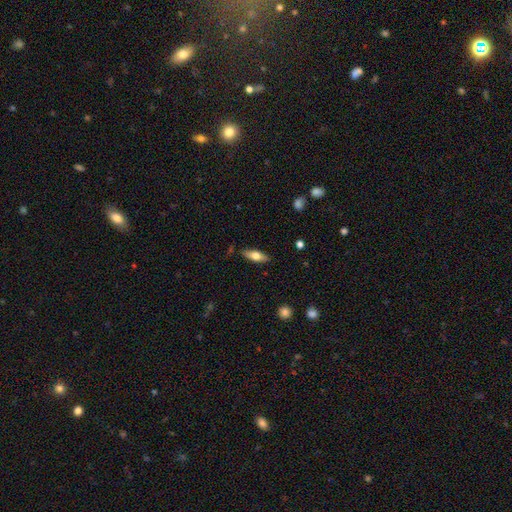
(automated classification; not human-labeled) Smooth or featured: smooth — 62% (featured or disk — 32%)
How rounded: in between — 61% (cigar-shaped — 36%)
Merging: none — 85% (minor disturbance — 11%)